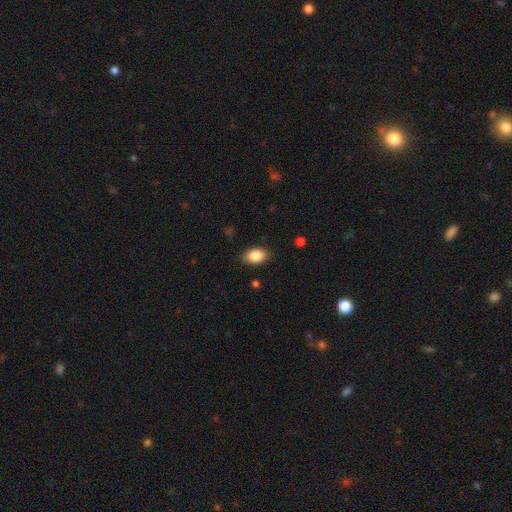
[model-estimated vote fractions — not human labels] This is clearly a smooth galaxy (87%). How rounded: clearly in between (88%). Merging: clearly none (84%).